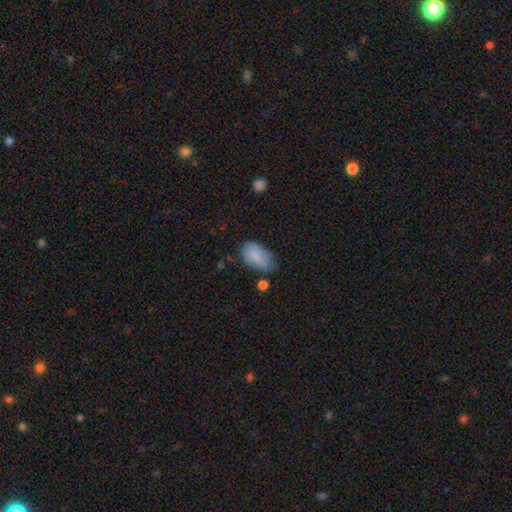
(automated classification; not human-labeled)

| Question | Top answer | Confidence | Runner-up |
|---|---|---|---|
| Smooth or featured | smooth | 75% | featured or disk (18%) |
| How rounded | in between | 92% | round (6%) |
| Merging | none | 48% | minor disturbance (36%) |